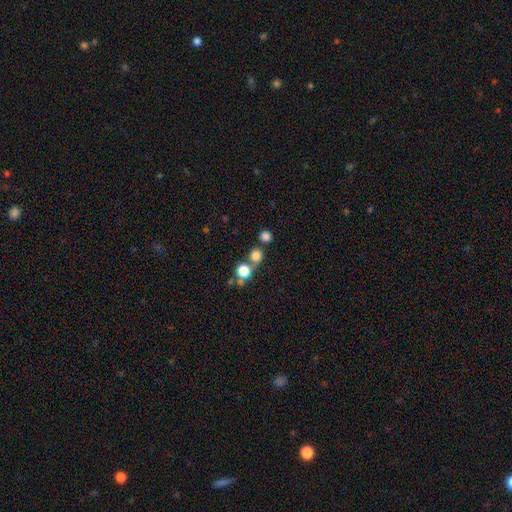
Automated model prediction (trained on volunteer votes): Q: Smooth or featured?
A: smooth (77%); runner-up: star or artifact (16%)
Q: How rounded?
A: round (90%); runner-up: in between (9%)
Q: Merging?
A: none (61%); runner-up: merger (29%)